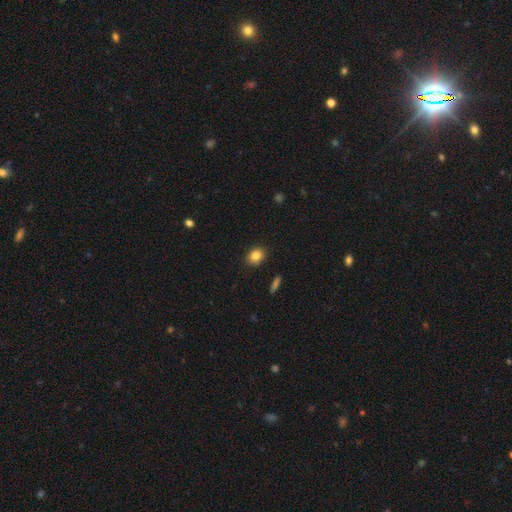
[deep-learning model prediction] smooth-or-featured: smooth: 84% | star or artifact: 10% | featured or disk: 6%
  how-rounded: round: 52% | in between: 47% | cigar-shaped: 1%
  merging: none: 87% | minor disturbance: 9% | major disturbance: 2% | merger: 2%